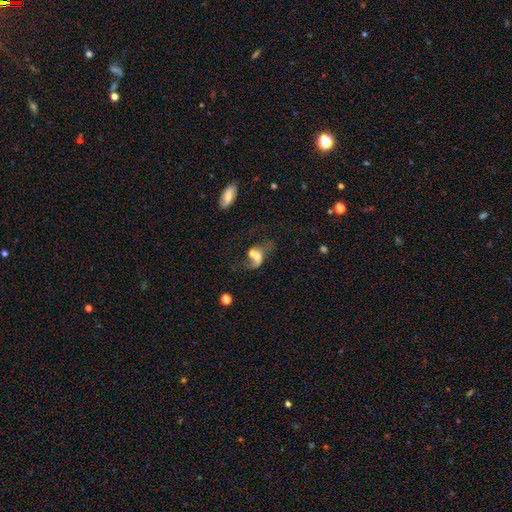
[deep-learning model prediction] smooth_or_featured: featured or disk (p=0.48) [alt: smooth p=0.41]
merging: merger (p=0.53) [alt: major disturbance p=0.19]